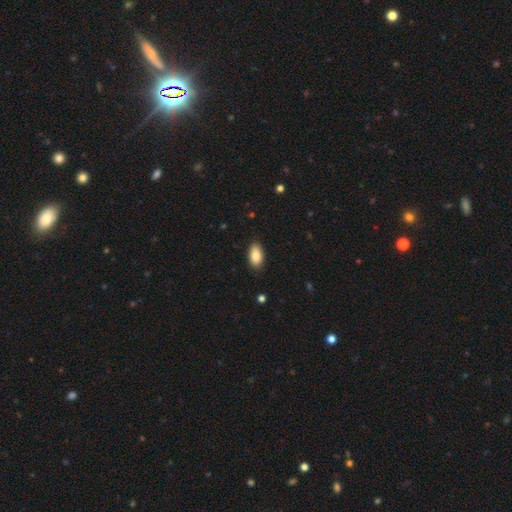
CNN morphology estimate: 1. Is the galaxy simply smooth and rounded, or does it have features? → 85% smooth, 8% featured or disk, 7% star or artifact.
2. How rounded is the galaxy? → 93% in between, 4% round, 3% cigar-shaped.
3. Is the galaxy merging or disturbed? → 87% none, 10% minor disturbance, 2% major disturbance, 1% merger.